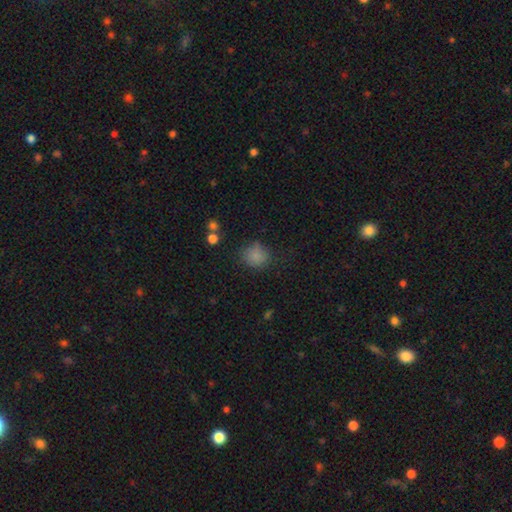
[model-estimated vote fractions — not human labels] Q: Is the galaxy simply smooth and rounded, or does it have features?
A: smooth — 82%.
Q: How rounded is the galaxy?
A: round — 77%.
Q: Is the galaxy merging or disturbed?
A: none — 72%.